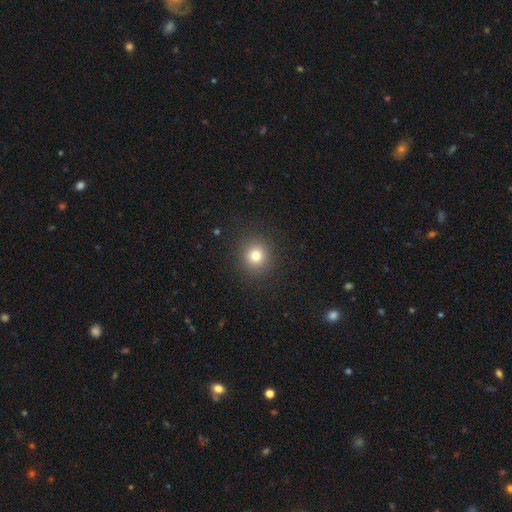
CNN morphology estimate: Smooth or featured? Predicted: smooth (p=0.78). How rounded? Predicted: round (p=0.92). Merging? Predicted: none (p=0.91).